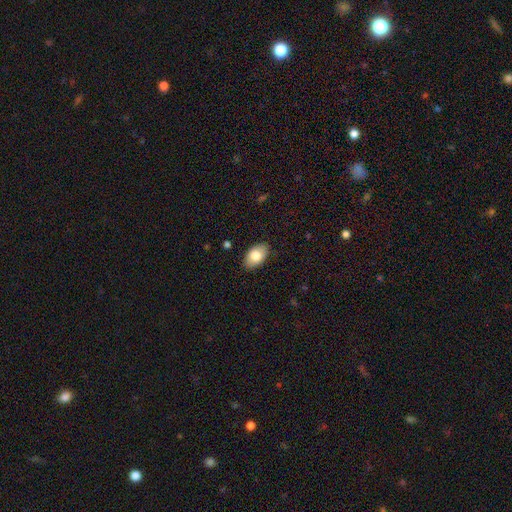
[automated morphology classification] This appears to be a smooth galaxy with no disk features (81%) that is in between round and cigar-shaped (93%). Merging: none (86%).